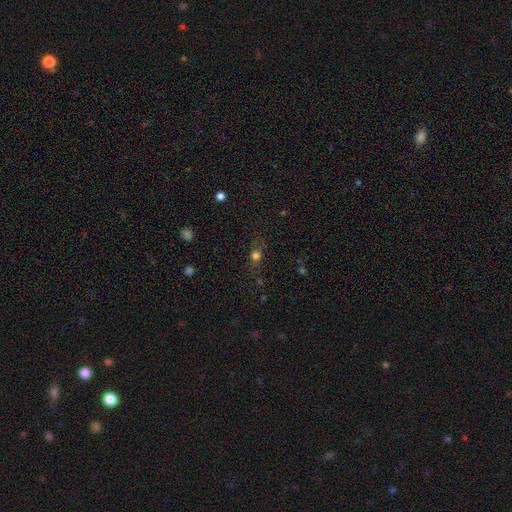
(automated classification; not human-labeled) smooth 66%, star or artifact 22%, featured or disk 12%. Down the decision tree: how rounded — round (59%); merging — none (77%).